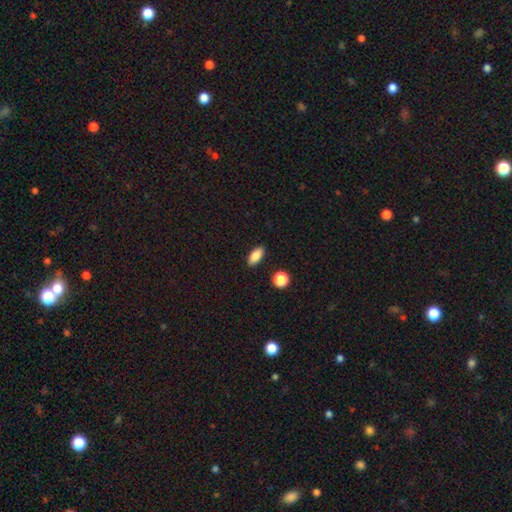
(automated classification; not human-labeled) The model was most divided on "how rounded": in between: 86%, cigar-shaped: 9%, round: 4%. More confident: merging — none (89%); smooth or featured — smooth (86%).